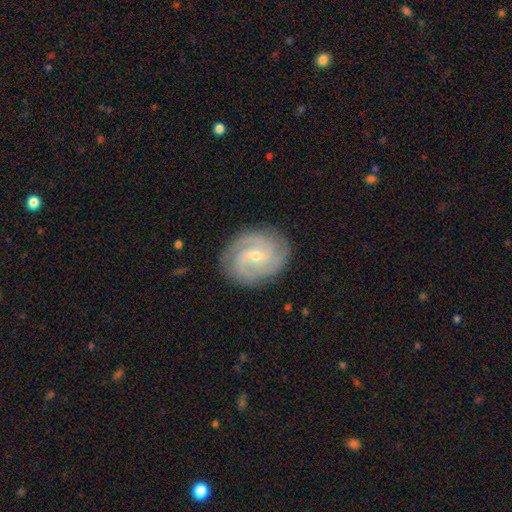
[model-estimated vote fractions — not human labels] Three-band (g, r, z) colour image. It shows a featured or disk galaxy (87%) with a weak bar (50%), 3 (40%) tight (54%) spiral arms (97%) and a small central bulge (62%). Merging: none (84%).